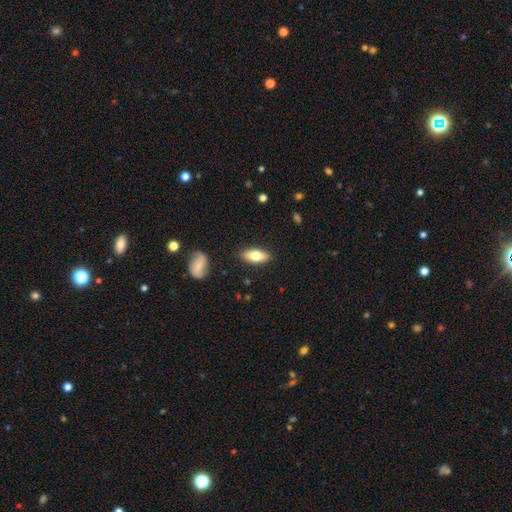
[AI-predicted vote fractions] smooth-or-featured: smooth: 72% | featured or disk: 22% | star or artifact: 6%
  how-rounded: in between: 81% | cigar-shaped: 16% | round: 3%
  merging: none: 87% | minor disturbance: 9% | major disturbance: 2% | merger: 2%